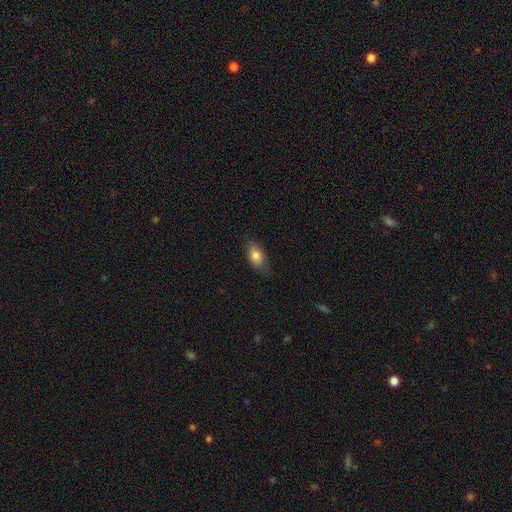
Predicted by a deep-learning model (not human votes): Smooth or featured? Predicted: smooth (p=0.80). How rounded? Predicted: in between (p=0.87). Merging? Predicted: none (p=0.75).